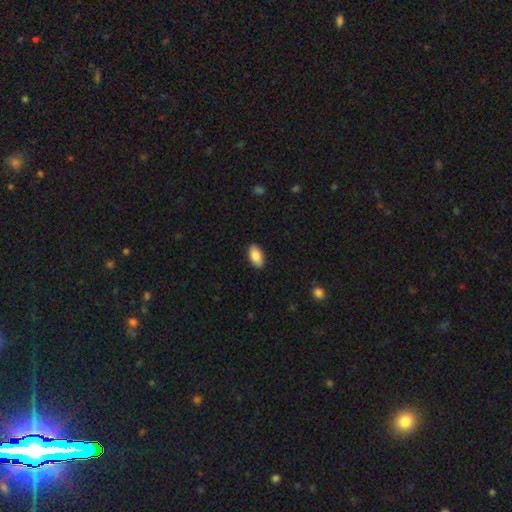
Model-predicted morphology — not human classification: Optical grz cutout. It shows a smooth galaxy with no disk features (89%) that is in between round and cigar-shaped (95%). Merging: none (89%).